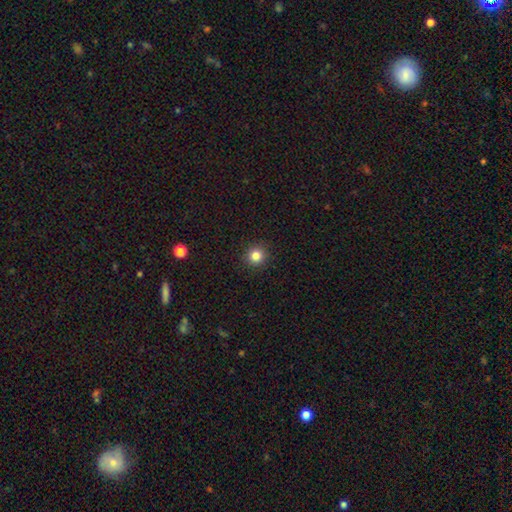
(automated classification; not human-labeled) Q: Smooth or featured?
A: smooth (83%); runner-up: star or artifact (12%)
Q: How rounded?
A: round (94%); runner-up: in between (6%)
Q: Merging?
A: none (92%); runner-up: minor disturbance (5%)